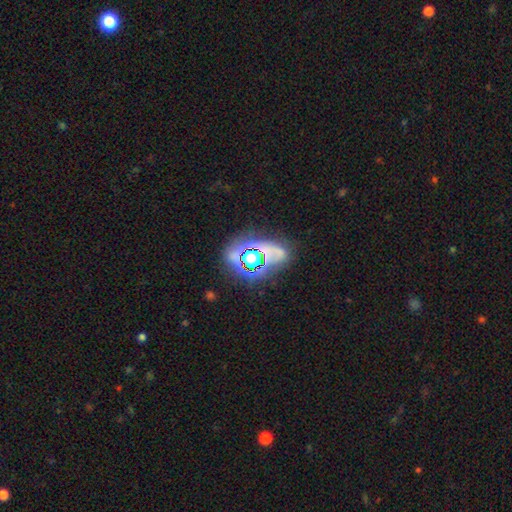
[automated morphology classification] smooth-or-featured: star or artifact: 38% | featured or disk: 32% | smooth: 30%